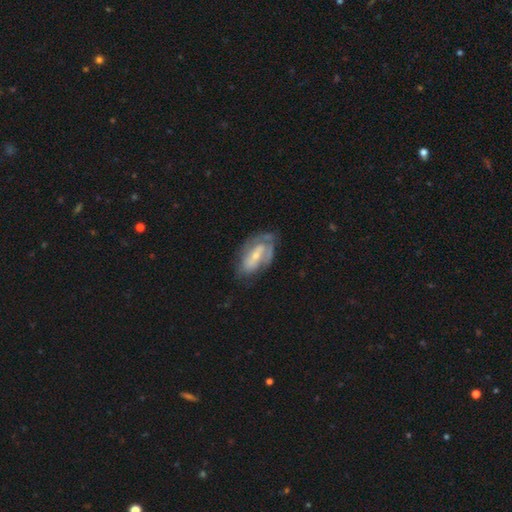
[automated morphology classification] Smooth or featured? Predicted: featured or disk (p=0.68). Edge-on disk? Predicted: no (p=0.93). Bar? Predicted: weak (p=0.38). Spiral arms? Predicted: yes (p=0.69). Bulge size? Predicted: small (p=0.58). Merging? Predicted: none (p=0.53).